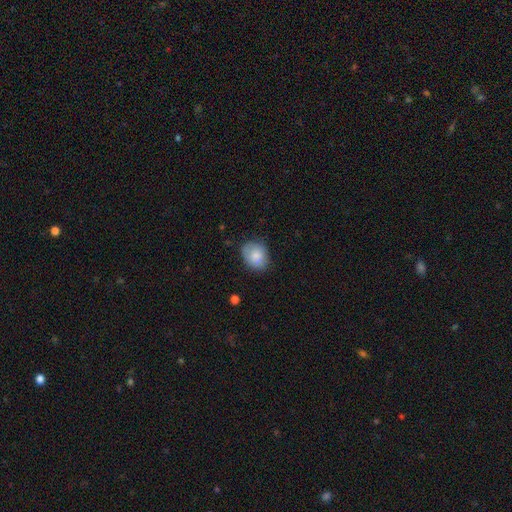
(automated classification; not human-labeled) smooth 80%, featured or disk 13%, star or artifact 7%. Down the decision tree: how rounded — in between (51%); merging — none (68%).